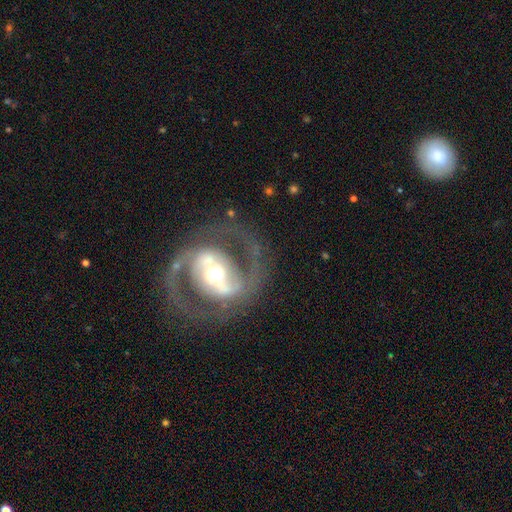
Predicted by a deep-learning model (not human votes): Smooth or featured? featured or disk (89%)
Edge-on disk? no (97%)
Bar? strong (49%)
Spiral arms? yes (94%)
Spiral winding? medium (59%)
Spiral arm count? 2 (93%)
Bulge size? moderate (61%)
Merging? none (79%)